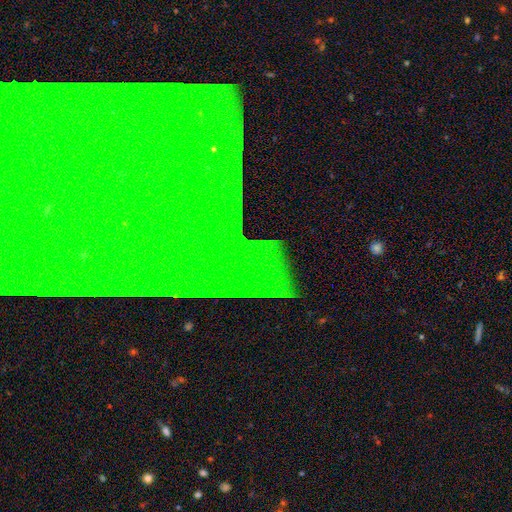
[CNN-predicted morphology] This is clearly a star or artifact rather than a galaxy (82%).